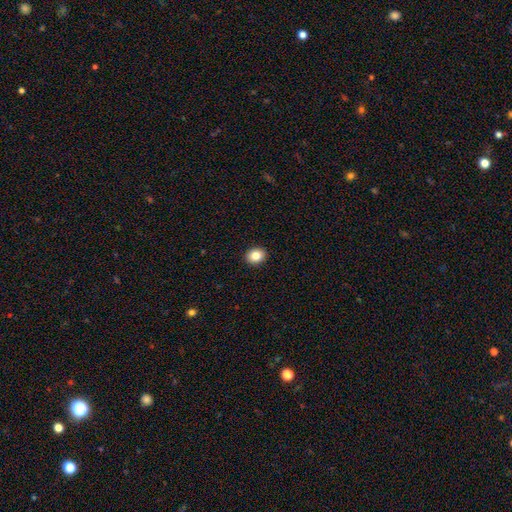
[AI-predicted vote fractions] Smooth or featured? Predicted: smooth (p=0.84). How rounded? Predicted: round (p=0.64). Merging? Predicted: none (p=0.93).